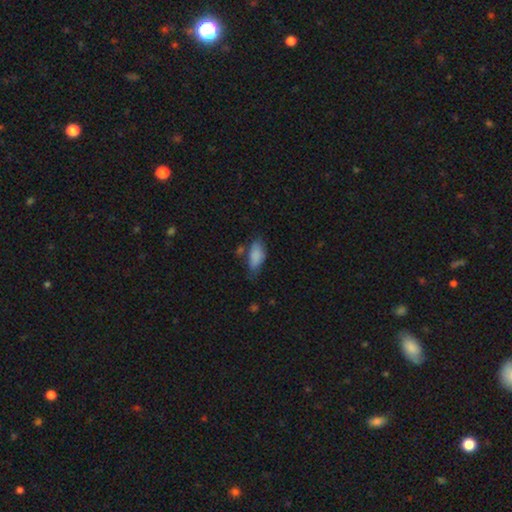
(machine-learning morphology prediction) This appears to be a smooth galaxy with no disk features (84%) that is in between round and cigar-shaped (88%). Merging: none (52%).